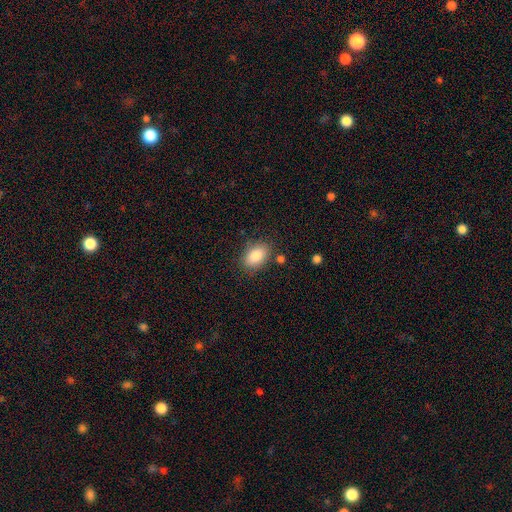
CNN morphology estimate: smooth-or-featured: smooth: 85% | star or artifact: 8% | featured or disk: 8%
  how-rounded: in between: 87% | round: 12% | cigar-shaped: 1%
  merging: none: 81% | minor disturbance: 13% | major disturbance: 4% | merger: 3%